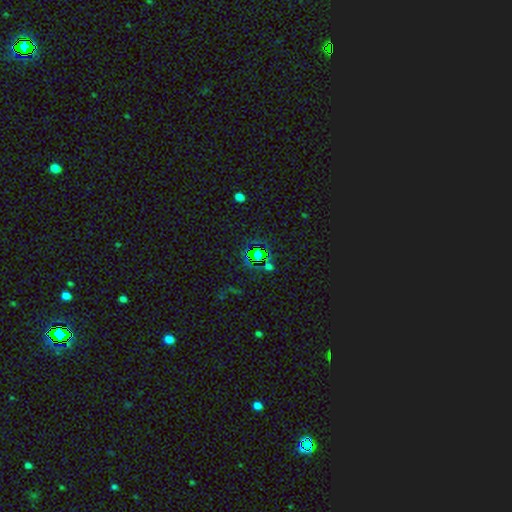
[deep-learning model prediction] Morphology: type=star or artifact (71%).